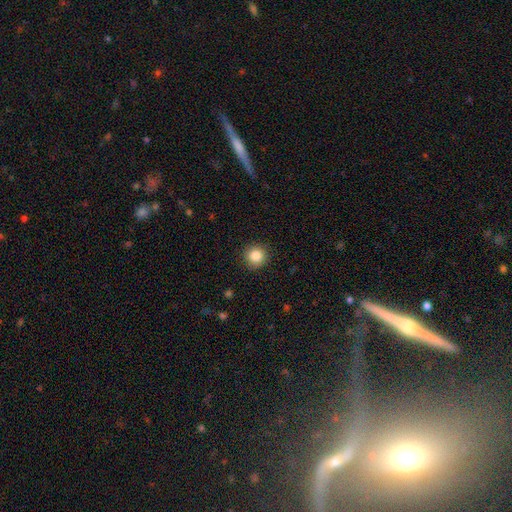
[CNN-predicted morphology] Smooth or featured: smooth — 86% (star or artifact — 10%)
How rounded: round — 94% (in between — 5%)
Merging: none — 90% (minor disturbance — 7%)